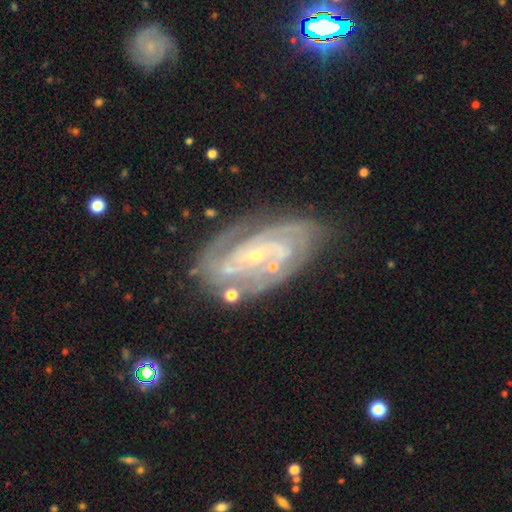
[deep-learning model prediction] A featured or disk galaxy (88%) with no bar (49%), 2 (41%) tight (64%) spiral arms (96%) and a small central bulge (80%). Merging: none (72%).